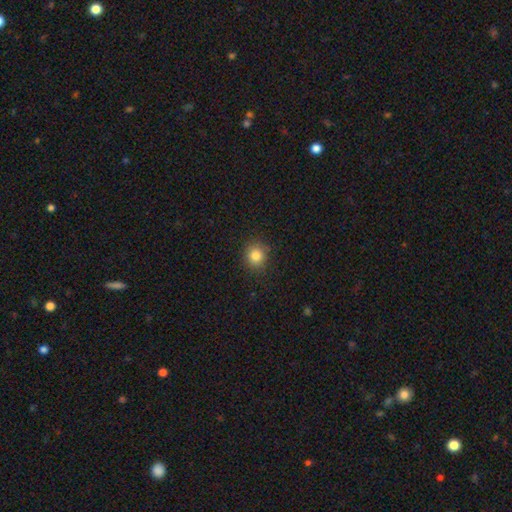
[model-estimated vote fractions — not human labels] Smooth or featured: smooth — 83% (star or artifact — 11%)
How rounded: round — 87% (in between — 13%)
Merging: none — 88% (minor disturbance — 9%)